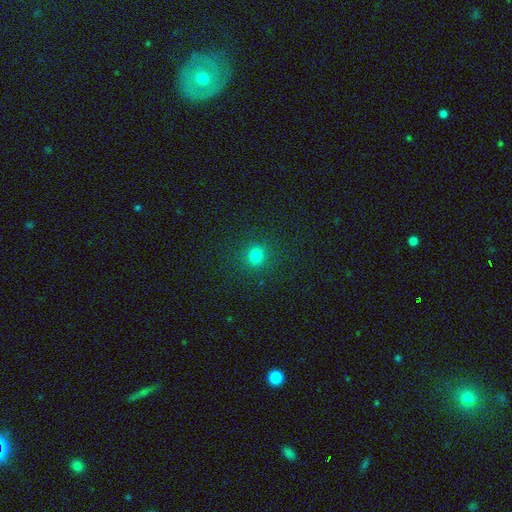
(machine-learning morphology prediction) type=smooth (80%); roundness=round (81%); merging=none (88%).